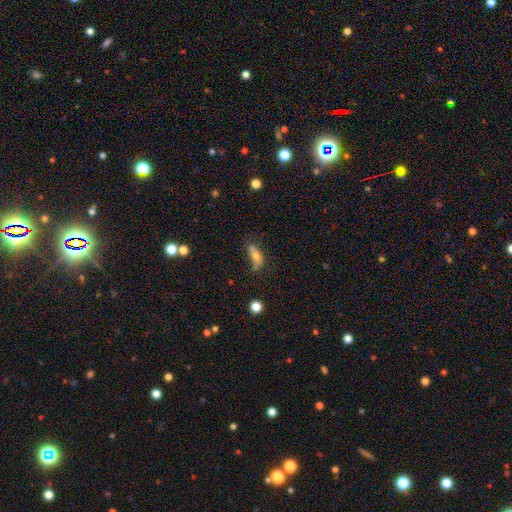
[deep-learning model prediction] smooth_or_featured: smooth (p=0.60) [alt: featured or disk p=0.29]
how_rounded: in between (p=0.70) [alt: cigar-shaped p=0.25]
merging: none (p=0.48) [alt: minor disturbance p=0.29]